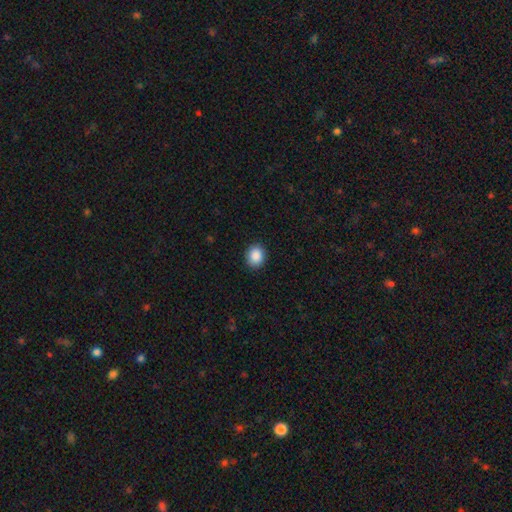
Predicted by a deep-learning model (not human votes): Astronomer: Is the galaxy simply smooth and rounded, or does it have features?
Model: smooth — 89%.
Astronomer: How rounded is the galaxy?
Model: round — 66%.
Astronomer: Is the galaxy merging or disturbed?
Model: none — 90%.